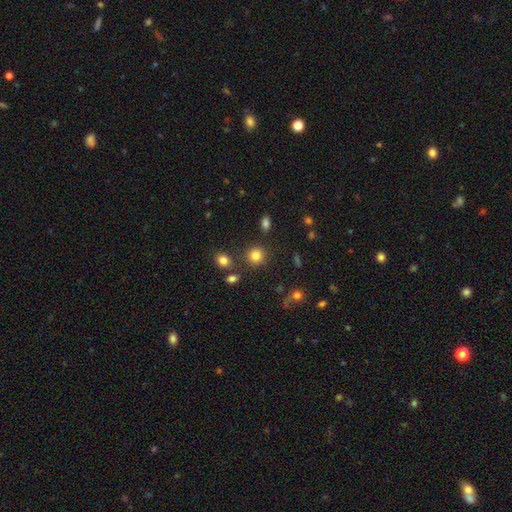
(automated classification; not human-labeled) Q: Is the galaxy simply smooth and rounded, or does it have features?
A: smooth — 81%.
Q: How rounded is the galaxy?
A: round — 90%.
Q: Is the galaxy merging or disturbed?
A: none — 84%.